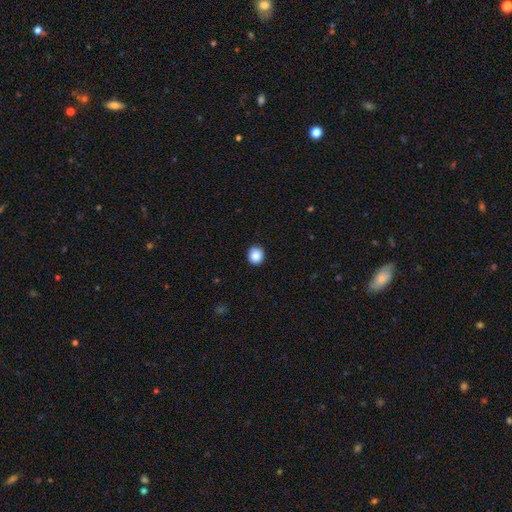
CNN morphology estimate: type=smooth (87%); roundness=round (87%); merging=none (92%).